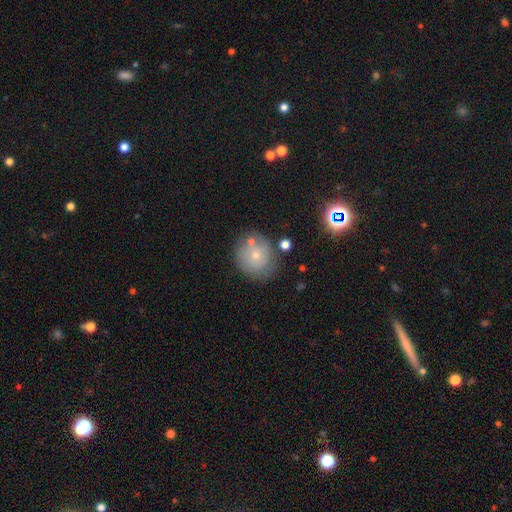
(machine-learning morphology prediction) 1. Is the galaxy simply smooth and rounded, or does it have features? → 69% smooth, 22% featured or disk, 9% star or artifact.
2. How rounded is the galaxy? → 80% round, 19% in between, 1% cigar-shaped.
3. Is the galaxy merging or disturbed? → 68% none, 18% minor disturbance, 9% merger, 6% major disturbance.